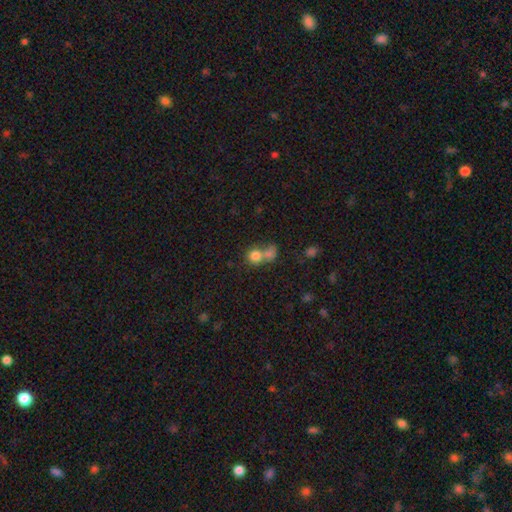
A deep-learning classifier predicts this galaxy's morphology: type=smooth (79%); roundness=round (82%); merging=merger (54%).